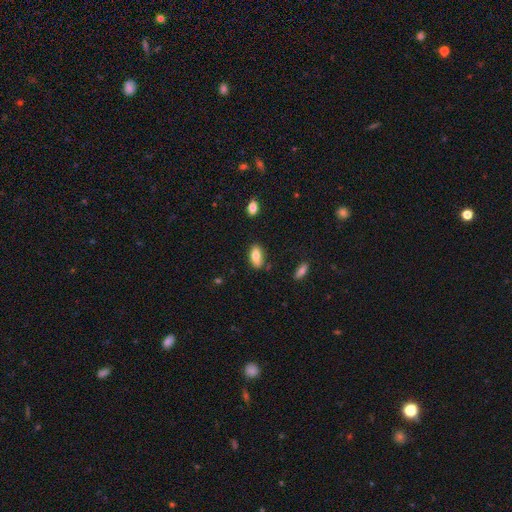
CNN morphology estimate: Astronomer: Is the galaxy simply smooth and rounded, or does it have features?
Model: smooth — 79%.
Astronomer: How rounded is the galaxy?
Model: in between — 88%.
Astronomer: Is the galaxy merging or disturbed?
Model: none — 78%.